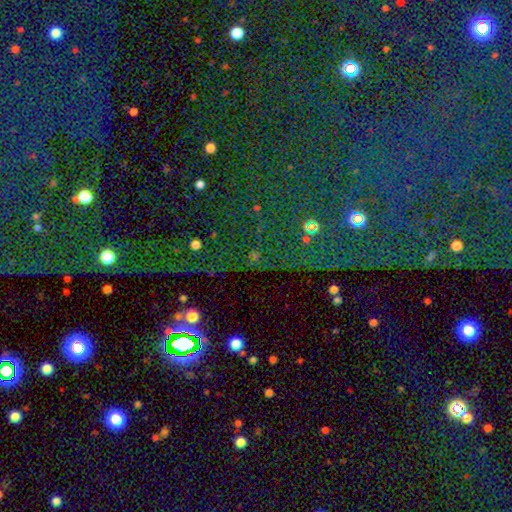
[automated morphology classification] Q: Smooth or featured?
A: star or artifact (78%); runner-up: smooth (13%)